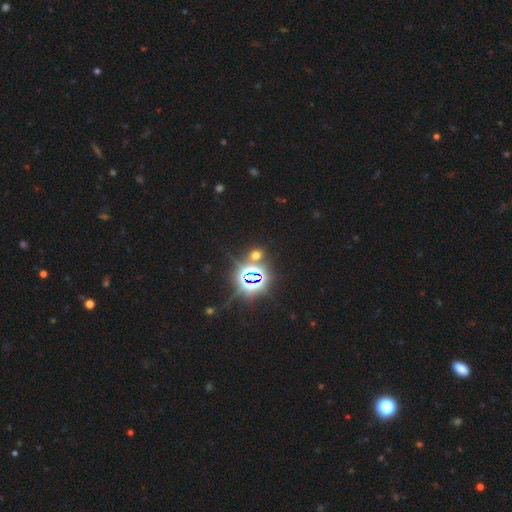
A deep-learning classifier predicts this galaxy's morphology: star or artifact 62%, smooth 30%, featured or disk 7%.